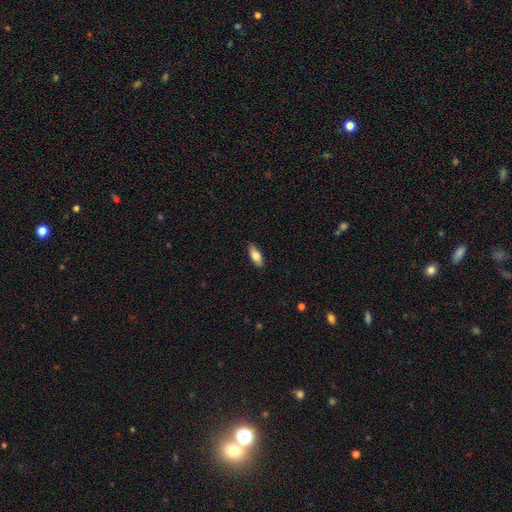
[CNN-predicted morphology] type=smooth (78%); roundness=in between (77%); merging=none (88%).